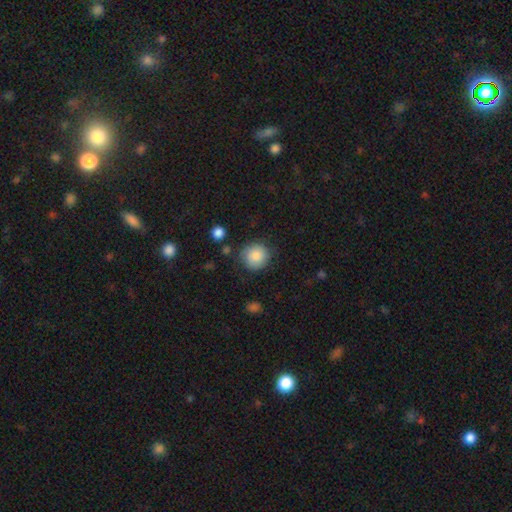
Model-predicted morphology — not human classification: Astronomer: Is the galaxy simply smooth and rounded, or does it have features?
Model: smooth — 86%.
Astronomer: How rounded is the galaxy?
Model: round — 92%.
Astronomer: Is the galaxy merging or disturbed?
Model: none — 83%.